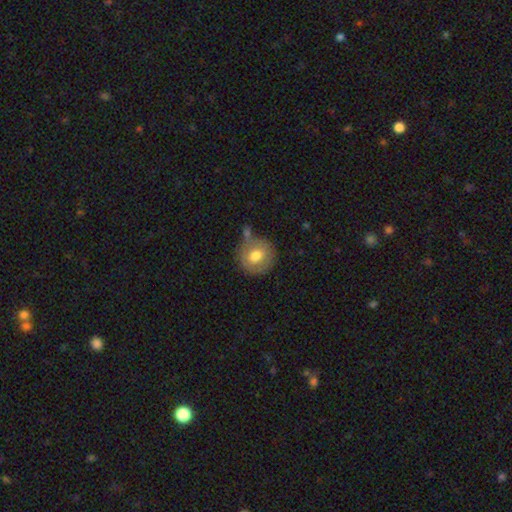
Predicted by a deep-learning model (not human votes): smooth 69%, featured or disk 24%, star or artifact 7%. Down the decision tree: how rounded — round (90%); merging — none (63%).